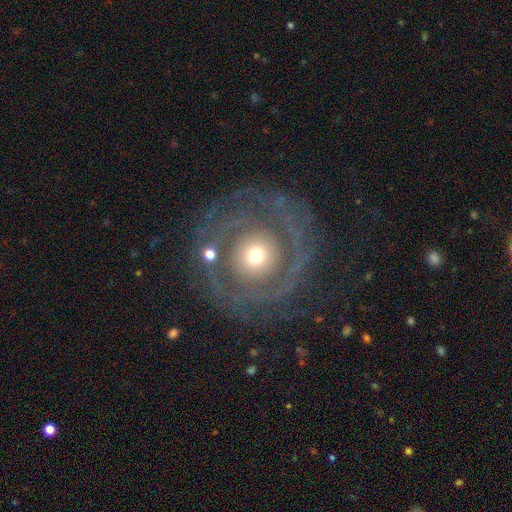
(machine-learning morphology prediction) A featured or disk galaxy (71%) with no bar (86%), spiral arms (70%) and a moderate central bulge (48%). Merging: none (68%).